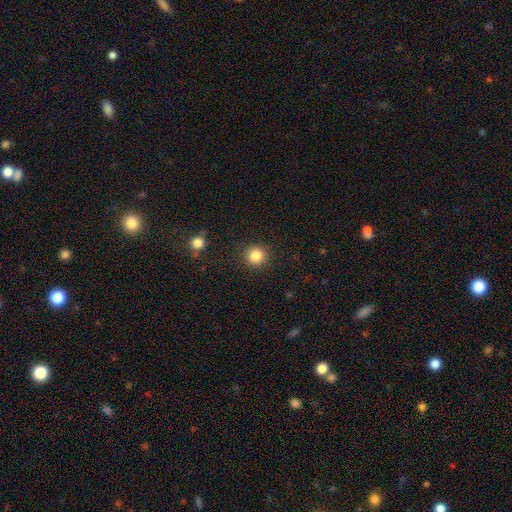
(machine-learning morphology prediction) Smooth or featured: smooth — 85% (star or artifact — 11%)
How rounded: round — 93% (in between — 6%)
Merging: none — 90% (minor disturbance — 6%)